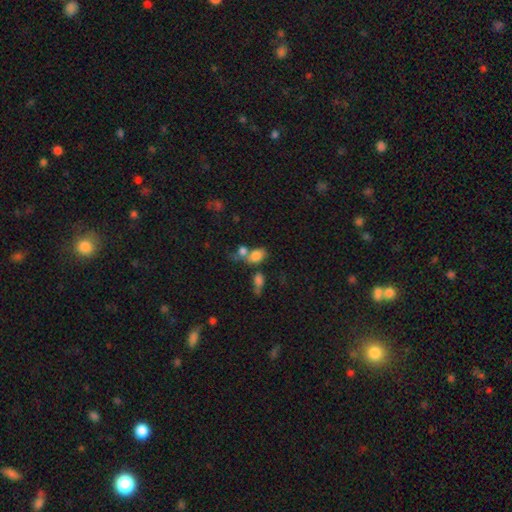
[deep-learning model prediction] This appears to be a smooth galaxy with no disk features (78%) that is in between round and cigar-shaped (76%). Merging: merger (48%).